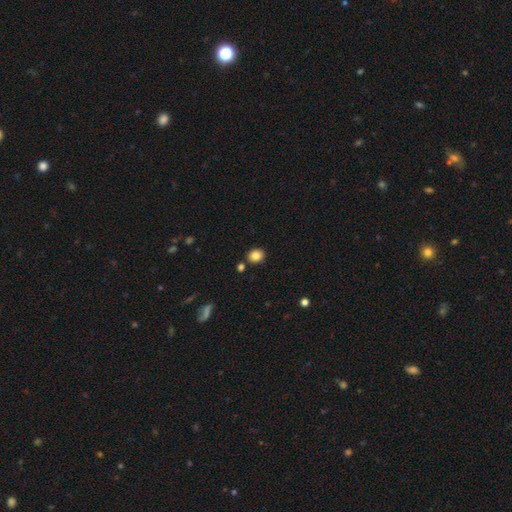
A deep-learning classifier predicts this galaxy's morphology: Overall: smooth (84%). How rounded: round (63%; in between 36%). Merging: none (84%).